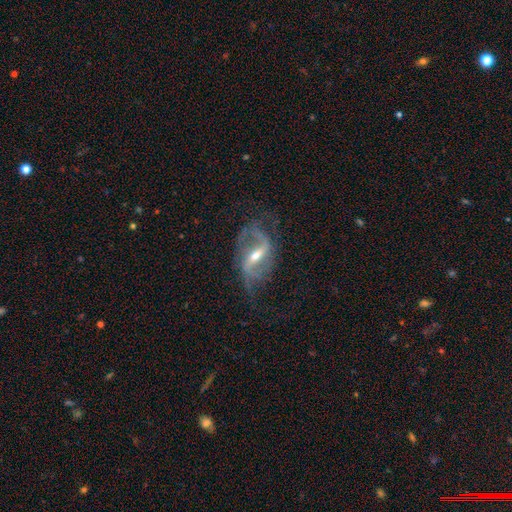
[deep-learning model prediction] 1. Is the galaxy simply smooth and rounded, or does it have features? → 87% featured or disk, 7% smooth, 6% star or artifact.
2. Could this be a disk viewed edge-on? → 93% no, 7% yes.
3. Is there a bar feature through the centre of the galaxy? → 54% strong, 36% weak, 9% no.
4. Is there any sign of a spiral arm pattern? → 93% yes, 7% no.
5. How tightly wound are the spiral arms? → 62% loose, 30% medium, 8% tight.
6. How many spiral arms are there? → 86% 2, 5% can't tell, 4% 1, 2% 3, 1% 4, 1% more than 4.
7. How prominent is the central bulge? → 60% moderate, 33% small, 5% large, 2% none, 1% dominant.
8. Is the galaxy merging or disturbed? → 63% none, 19% minor disturbance, 16% major disturbance, 2% merger.